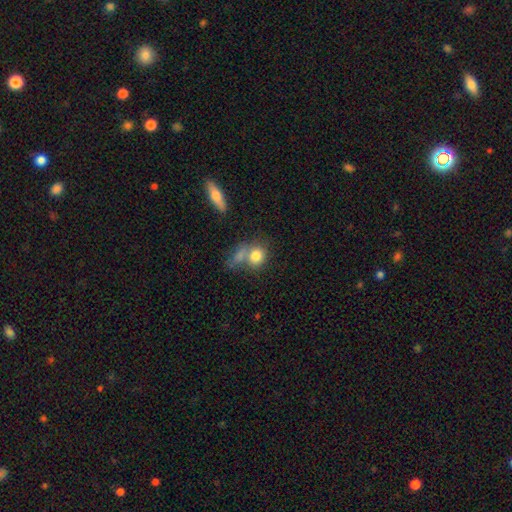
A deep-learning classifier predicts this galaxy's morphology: This appears to be a smooth galaxy with no disk features (80%) that is round (67%). Merging: none (43%).